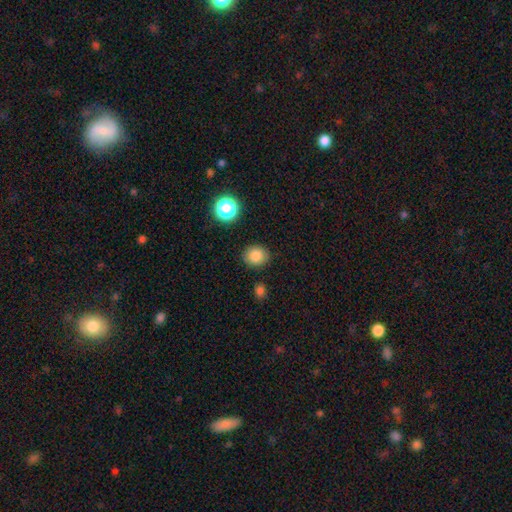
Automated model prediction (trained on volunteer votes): Q: Smooth or featured?
A: smooth (84%); runner-up: star or artifact (11%)
Q: How rounded?
A: round (76%); runner-up: in between (23%)
Q: Merging?
A: none (86%); runner-up: minor disturbance (9%)